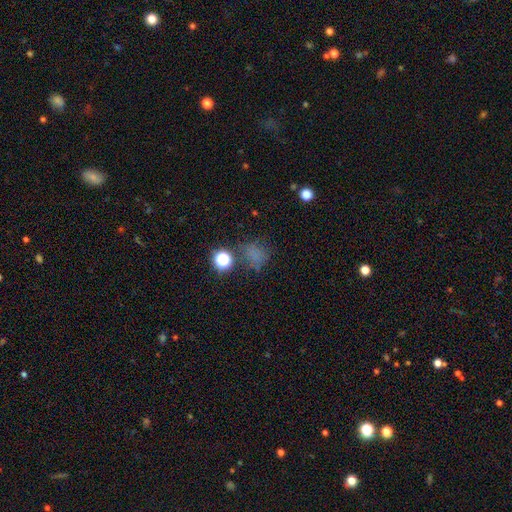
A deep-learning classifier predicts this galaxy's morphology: The model was most divided on "smooth or featured": smooth: 60%, star or artifact: 30%, featured or disk: 10%. More confident: how rounded — round (71%); merging — none (62%).